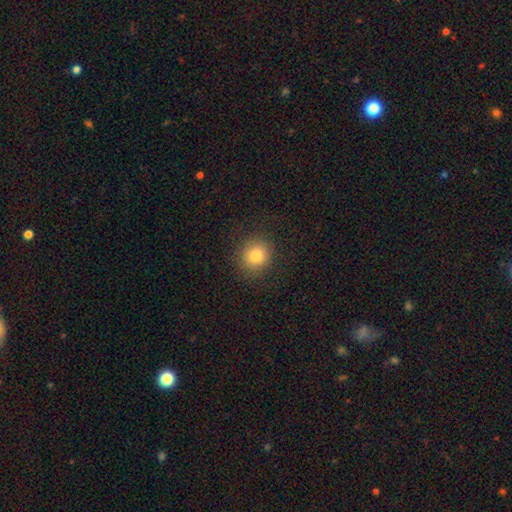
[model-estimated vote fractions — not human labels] Smooth or featured? Predicted: smooth (p=0.83). How rounded? Predicted: round (p=0.87). Merging? Predicted: none (p=0.88).